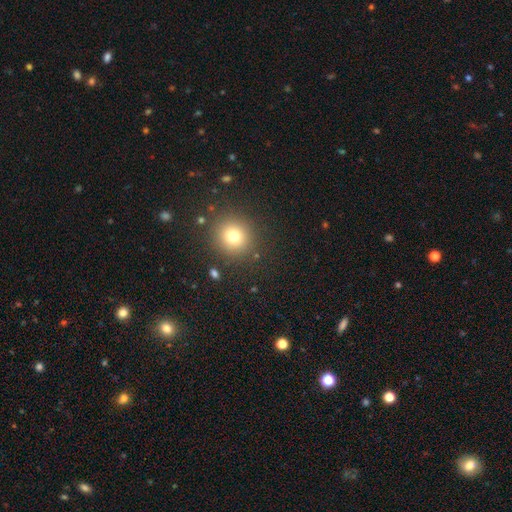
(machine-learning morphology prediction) smooth 62%, star or artifact 32%, featured or disk 6%. Down the decision tree: how rounded — round (91%); merging — none (91%).